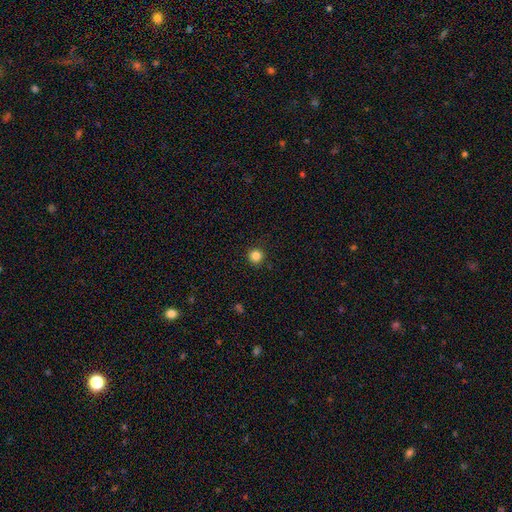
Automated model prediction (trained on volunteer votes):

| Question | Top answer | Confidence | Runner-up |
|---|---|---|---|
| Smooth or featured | smooth | 84% | star or artifact (12%) |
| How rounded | round | 95% | in between (4%) |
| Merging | none | 91% | minor disturbance (6%) |